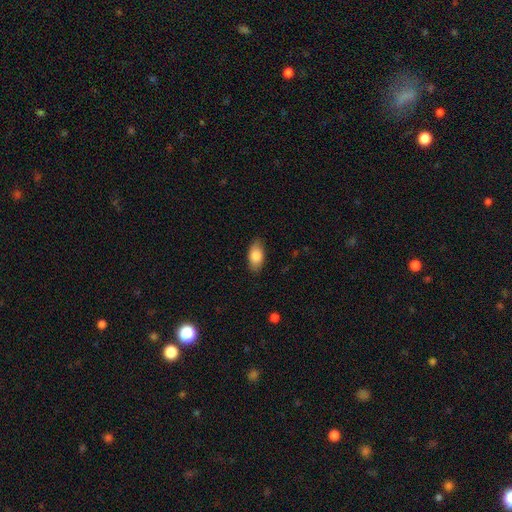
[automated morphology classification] smooth-or-featured: smooth: 84% | featured or disk: 9% | star or artifact: 6%
  how-rounded: in between: 92% | cigar-shaped: 4% | round: 4%
  merging: none: 84% | minor disturbance: 12% | major disturbance: 3% | merger: 1%